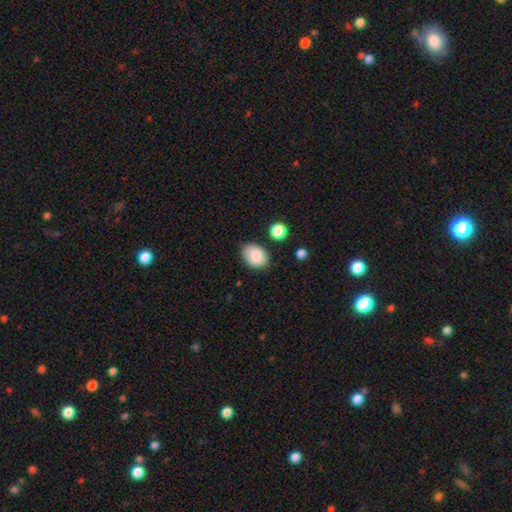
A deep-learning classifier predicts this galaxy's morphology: Smooth or featured?
  - smooth: 84% *
  - featured or disk: 8%
  - star or artifact: 8%
How rounded?
  - in between: 80% *
  - round: 18%
  - cigar-shaped: 1%
Merging?
  - none: 74% *
  - minor disturbance: 19%
  - major disturbance: 4%
  - merger: 3%